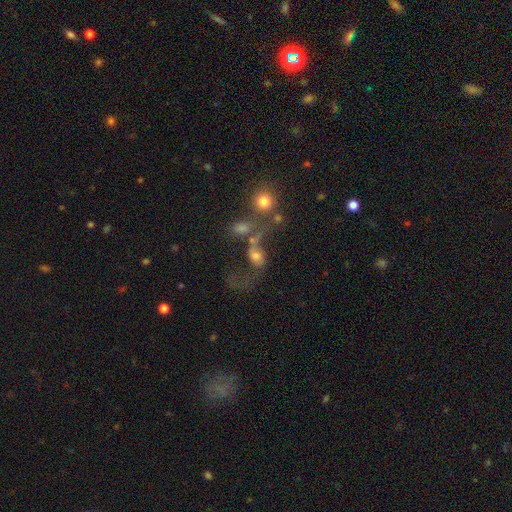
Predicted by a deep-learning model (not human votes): Overall: featured or disk (44%; smooth 40%). Merging: merger (37%; major disturbance 29%).